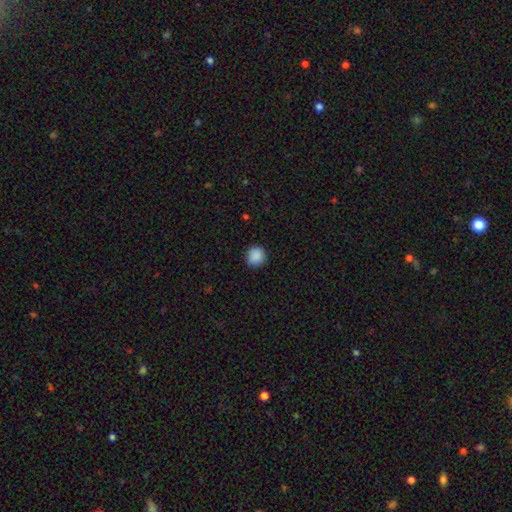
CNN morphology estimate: smooth-or-featured: smooth: 89% | star or artifact: 8% | featured or disk: 2%
  how-rounded: round: 91% | in between: 8% | cigar-shaped: 1%
  merging: none: 91% | minor disturbance: 6% | major disturbance: 2% | merger: 1%